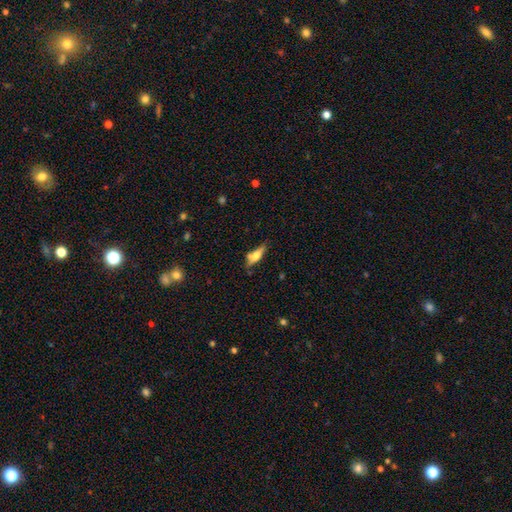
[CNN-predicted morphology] A smooth galaxy with no disk features (57%) that is in between round and cigar-shaped (49%). Merging: none (59%).